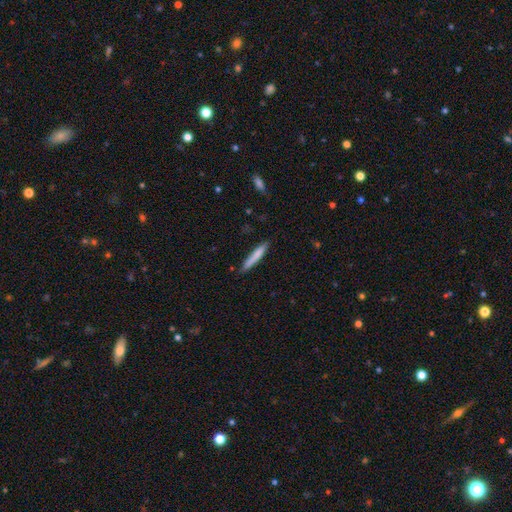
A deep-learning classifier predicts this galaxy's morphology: Q: Smooth or featured?
A: smooth (76%); runner-up: featured or disk (18%)
Q: How rounded?
A: cigar-shaped (94%); runner-up: in between (5%)
Q: Merging?
A: none (83%); runner-up: minor disturbance (13%)